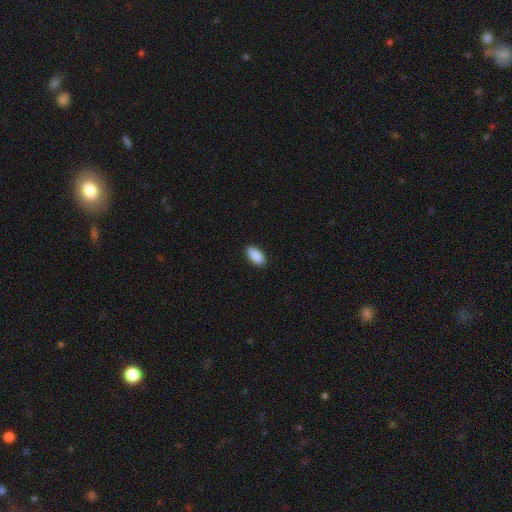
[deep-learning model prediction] This appears to be a smooth galaxy with no disk features (91%) that is in between round and cigar-shaped (90%). Merging: none (89%).